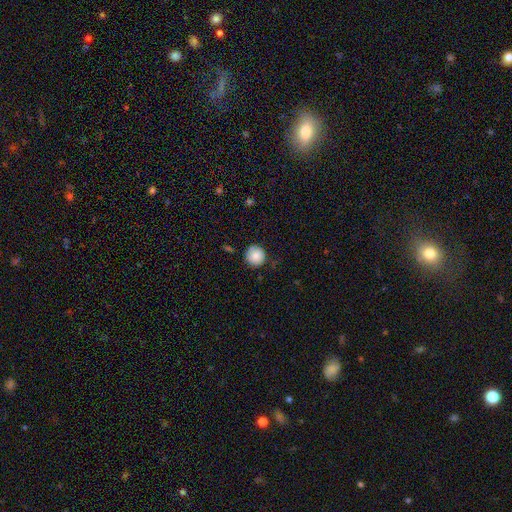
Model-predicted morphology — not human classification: Smooth or featured?
  - smooth: 82% *
  - featured or disk: 10%
  - star or artifact: 8%
How rounded?
  - round: 93% *
  - in between: 6%
  - cigar-shaped: 1%
Merging?
  - none: 80% *
  - minor disturbance: 16%
  - major disturbance: 3%
  - merger: 1%